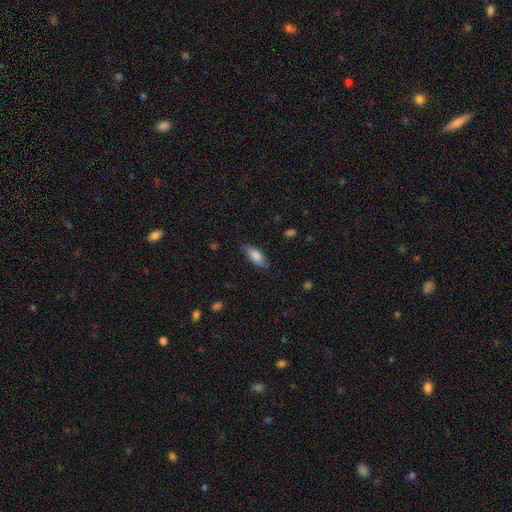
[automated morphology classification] Smooth or featured?
  - smooth: 81% *
  - featured or disk: 13%
  - star or artifact: 6%
How rounded?
  - in between: 77% *
  - cigar-shaped: 21%
  - round: 2%
Merging?
  - none: 81% *
  - minor disturbance: 14%
  - major disturbance: 3%
  - merger: 1%